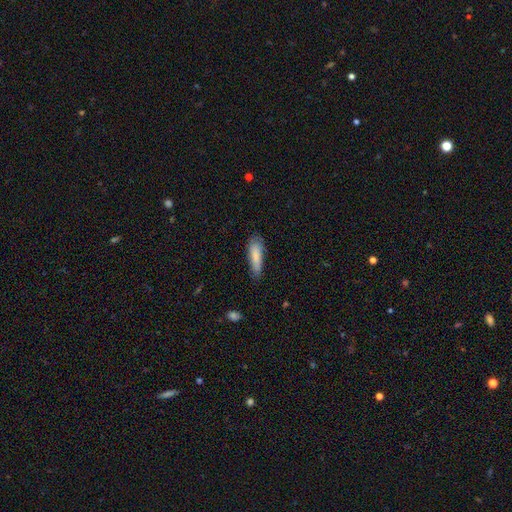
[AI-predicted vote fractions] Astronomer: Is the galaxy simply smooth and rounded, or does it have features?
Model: smooth — 81%.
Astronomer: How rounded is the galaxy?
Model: cigar-shaped — 62% (runner-up: in between, 37%).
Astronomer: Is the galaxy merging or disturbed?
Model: none — 66%.